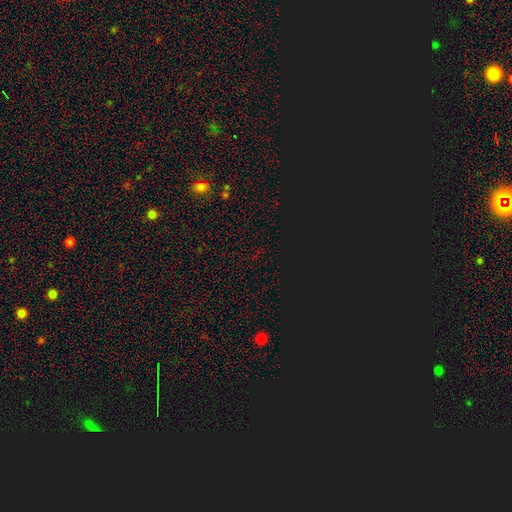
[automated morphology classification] A star or artifact, not a galaxy (77%).